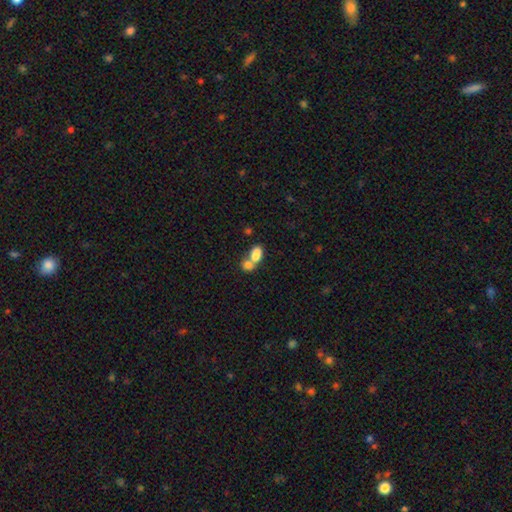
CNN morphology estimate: Smooth or featured?
  - smooth: 80% *
  - featured or disk: 12%
  - star or artifact: 9%
How rounded?
  - in between: 84% *
  - round: 14%
  - cigar-shaped: 2%
Merging?
  - merger: 68% *
  - none: 23%
  - minor disturbance: 6%
  - major disturbance: 4%